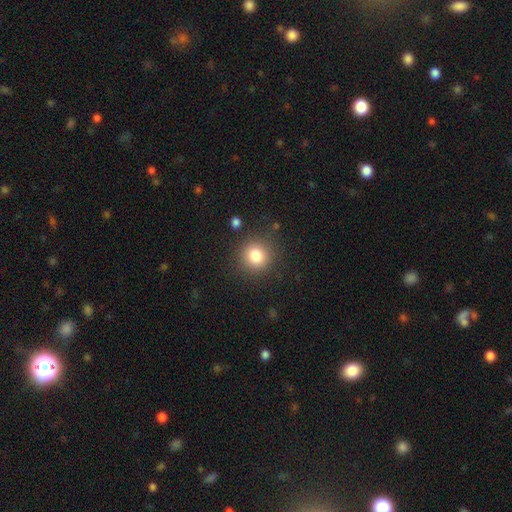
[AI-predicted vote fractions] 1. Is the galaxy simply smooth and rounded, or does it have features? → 81% smooth, 12% star or artifact, 7% featured or disk.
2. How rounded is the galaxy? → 91% round, 8% in between, 1% cigar-shaped.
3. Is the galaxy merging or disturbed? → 86% none, 8% minor disturbance, 3% major disturbance, 2% merger.